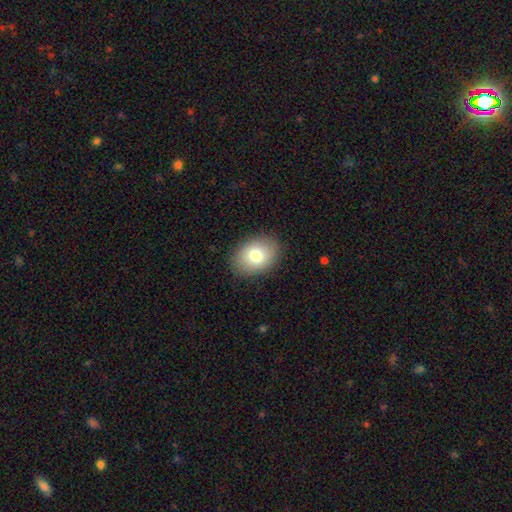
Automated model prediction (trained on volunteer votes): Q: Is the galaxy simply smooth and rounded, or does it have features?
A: smooth — 78%.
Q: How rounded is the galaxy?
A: in between — 75%.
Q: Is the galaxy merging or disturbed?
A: none — 87%.